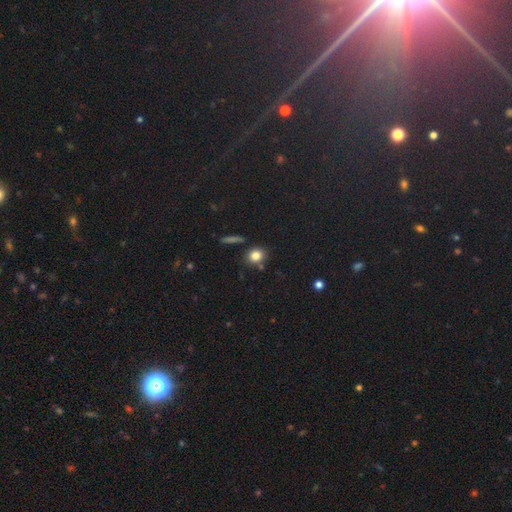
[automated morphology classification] Smooth or featured? Predicted: smooth (p=0.81). How rounded? Predicted: round (p=0.71). Merging? Predicted: none (p=0.77).